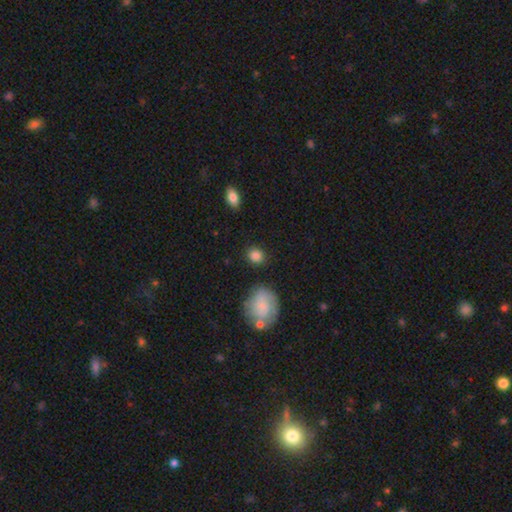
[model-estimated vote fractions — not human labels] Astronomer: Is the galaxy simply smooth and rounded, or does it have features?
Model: smooth — 84%.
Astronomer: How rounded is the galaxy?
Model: round — 76%.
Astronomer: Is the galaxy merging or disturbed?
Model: none — 84%.